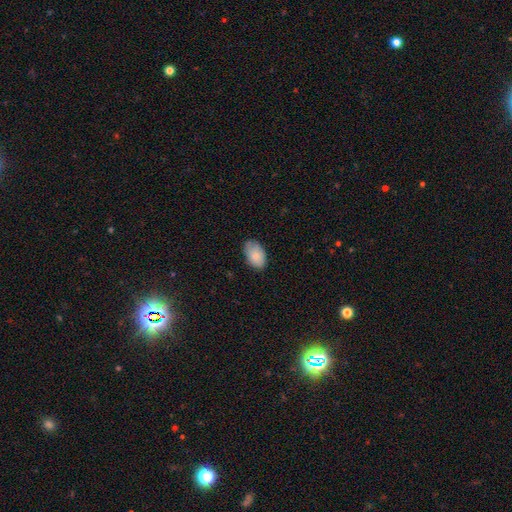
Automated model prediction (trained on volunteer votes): Smooth or featured?
  - smooth: 84% *
  - featured or disk: 10%
  - star or artifact: 7%
How rounded?
  - in between: 91% *
  - round: 8%
  - cigar-shaped: 1%
Merging?
  - none: 77% *
  - minor disturbance: 19%
  - major disturbance: 3%
  - merger: 1%